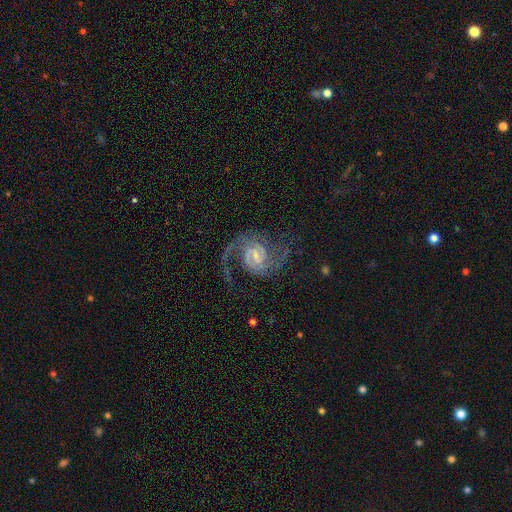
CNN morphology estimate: Overall: featured or disk (92%). Edge-on disk: no (98%). Bar: weak (57%; no 25%). Spiral arms: yes (98%). Spiral arm count: 2 (83%). Spiral winding: medium (55%; tight 27%). Bulge size: small (61%; moderate 24%). Merging: none (69%).